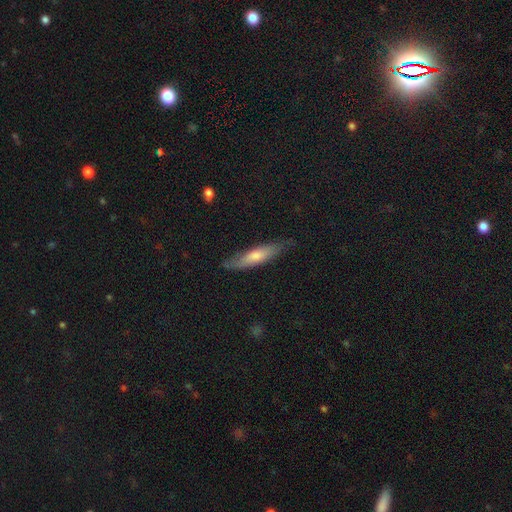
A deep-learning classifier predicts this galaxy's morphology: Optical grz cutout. It shows a smooth galaxy with no disk features (56%) that is cigar-shaped (79%). Merging: none (75%).